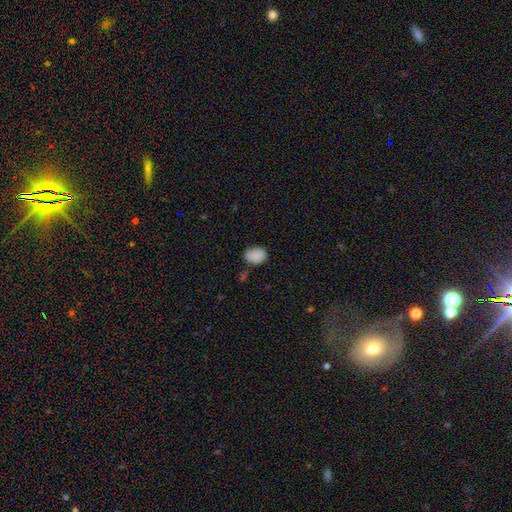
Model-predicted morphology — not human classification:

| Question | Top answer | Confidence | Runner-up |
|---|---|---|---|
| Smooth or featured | smooth | 87% | star or artifact (9%) |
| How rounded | in between | 66% | round (33%) |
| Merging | none | 73% | minor disturbance (20%) |